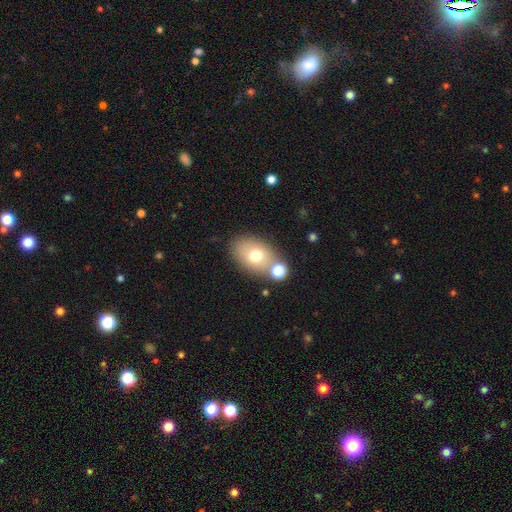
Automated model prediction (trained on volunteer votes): A smooth galaxy with no disk features (70%) that is in between round and cigar-shaped (82%). Merging: none (66%).